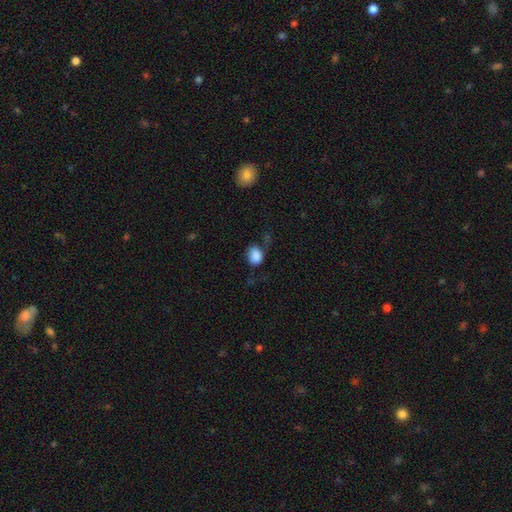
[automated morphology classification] A smooth galaxy with no disk features (85%) that is in between round and cigar-shaped (65%).

Vote fractions:
- Smooth or featured? smooth: 85% / star or artifact: 9% / featured or disk: 6%
- How rounded? in between: 65% / round: 34% / cigar-shaped: 1%
- Merging? none: 46% / minor disturbance: 34% / major disturbance: 15% / merger: 5%